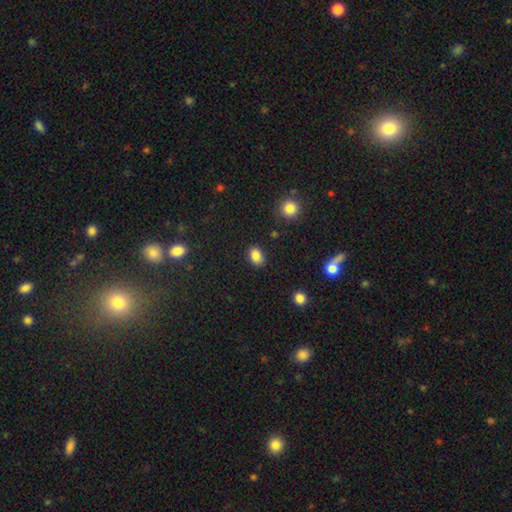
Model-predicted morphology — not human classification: A smooth galaxy with no disk features (84%) that is in between round and cigar-shaped (76%). Merging: none (85%).